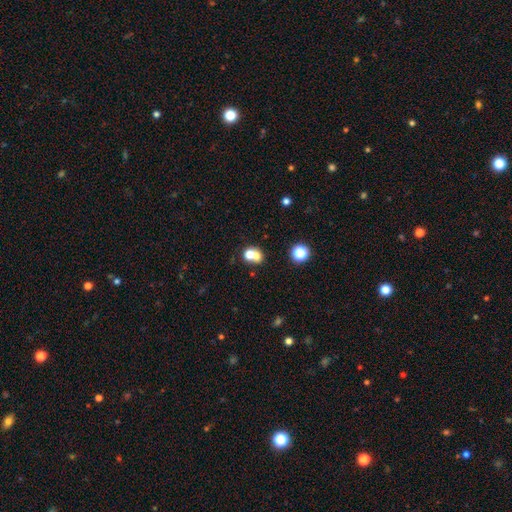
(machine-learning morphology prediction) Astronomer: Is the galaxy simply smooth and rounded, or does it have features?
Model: smooth — 68%.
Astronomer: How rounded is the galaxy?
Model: round — 72%.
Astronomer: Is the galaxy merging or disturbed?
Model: merger — 55% (runner-up: none, 35%).